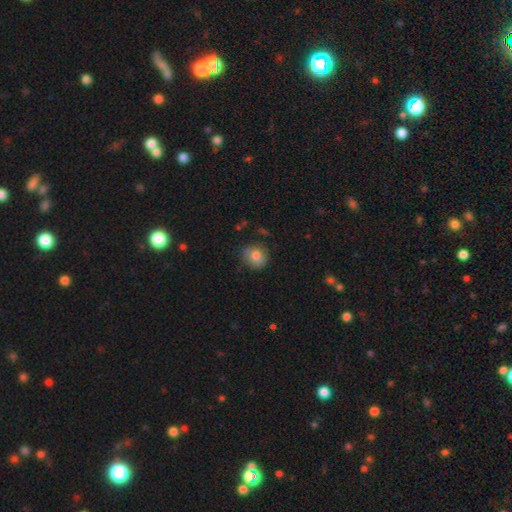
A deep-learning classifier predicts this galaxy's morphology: Smooth or featured: smooth — 82% (star or artifact — 9%)
How rounded: round — 78% (in between — 21%)
Merging: none — 77% (minor disturbance — 17%)